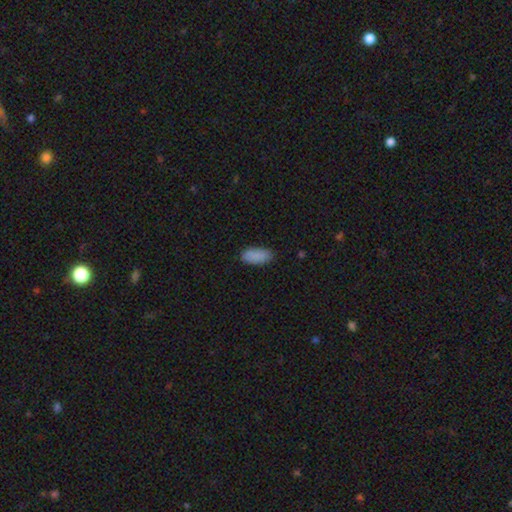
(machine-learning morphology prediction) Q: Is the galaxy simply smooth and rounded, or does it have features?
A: smooth — 88%.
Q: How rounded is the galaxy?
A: in between — 90%.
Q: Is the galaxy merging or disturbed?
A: none — 82%.